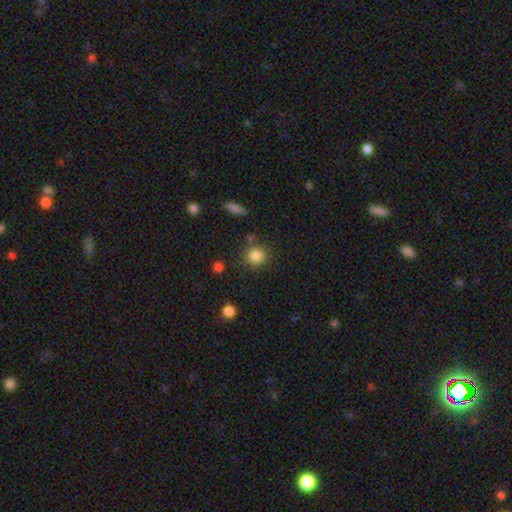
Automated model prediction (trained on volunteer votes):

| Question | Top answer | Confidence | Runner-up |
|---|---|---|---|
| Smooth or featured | smooth | 84% | star or artifact (11%) |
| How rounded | round | 90% | in between (9%) |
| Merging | none | 80% | minor disturbance (10%) |